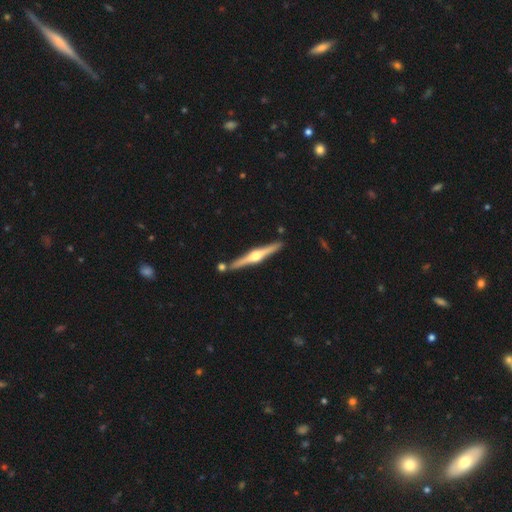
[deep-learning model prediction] smooth-or-featured: featured or disk: 80% | smooth: 15% | star or artifact: 5%
  disk-edge-on: yes: 98% | no: 2%
    edge-on-bulge: rounded: 95% | boxy: 3% | none: 2%
  merging: none: 84% | minor disturbance: 8% | merger: 6% | major disturbance: 2%